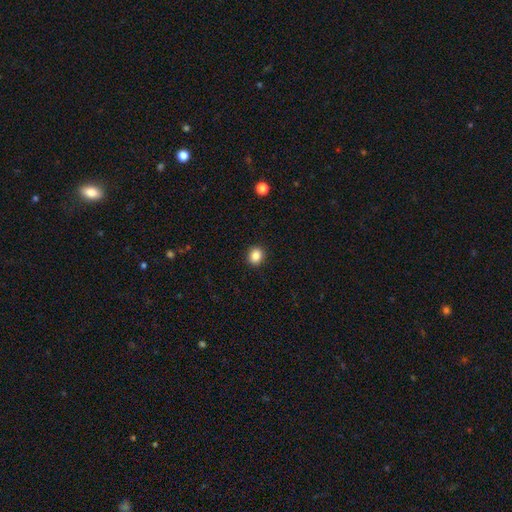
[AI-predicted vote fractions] Morphology: type=smooth (86%); roundness=round (75%); merging=none (92%).